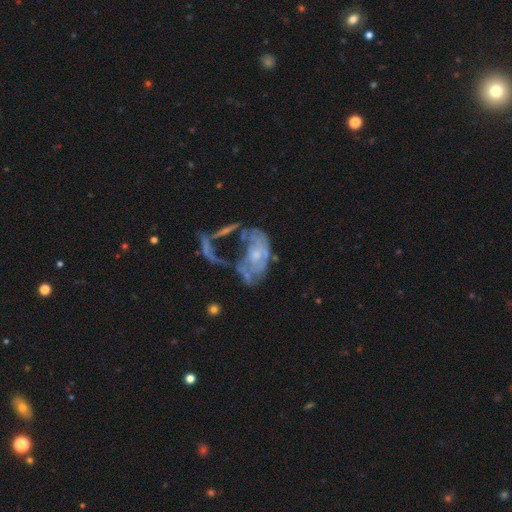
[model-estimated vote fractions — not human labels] smooth_or_featured: featured or disk (p=0.68) [alt: smooth p=0.22]
disk_edge_on: no (p=0.95) [alt: yes p=0.05]
bar: no (p=0.82) [alt: weak p=0.14]
has_spiral_arms: no (p=0.60) [alt: yes p=0.40]
bulge_size: small (p=0.43) [alt: moderate p=0.39]
merging: major disturbance (p=0.39) [alt: merger p=0.29]